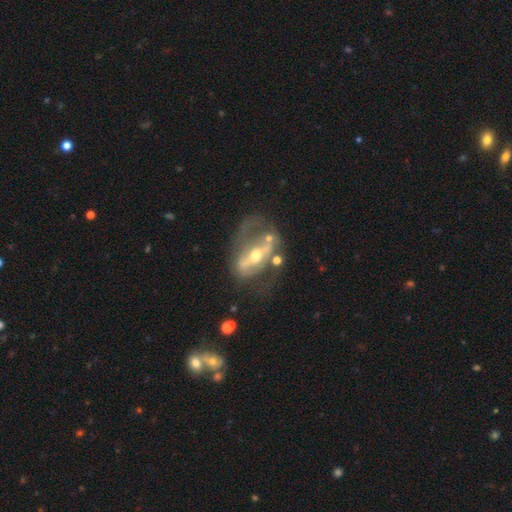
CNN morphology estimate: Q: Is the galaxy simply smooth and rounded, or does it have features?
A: featured or disk — 78%.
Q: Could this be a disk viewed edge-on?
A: no — 85%.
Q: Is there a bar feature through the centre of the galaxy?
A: strong — 60%.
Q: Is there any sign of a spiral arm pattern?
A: no — 53%.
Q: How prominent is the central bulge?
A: moderate — 64%.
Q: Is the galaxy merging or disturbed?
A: none — 45%.